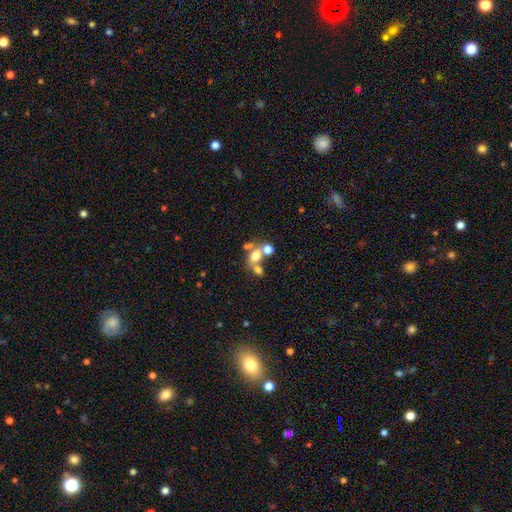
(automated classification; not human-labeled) Smooth or featured?
  - smooth: 61% *
  - featured or disk: 24%
  - star or artifact: 16%
How rounded?
  - in between: 57% *
  - round: 41%
  - cigar-shaped: 2%
Merging?
  - merger: 50% *
  - none: 32%
  - minor disturbance: 10%
  - major disturbance: 9%